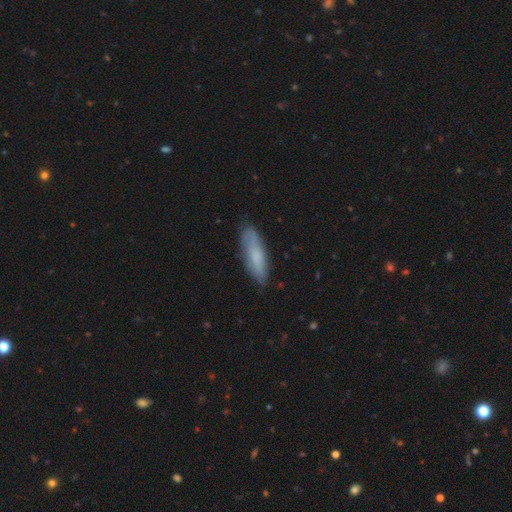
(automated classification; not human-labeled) This is likely a smooth galaxy (73%). How rounded: possibly cigar-shaped (57%). Merging: clearly none (82%).